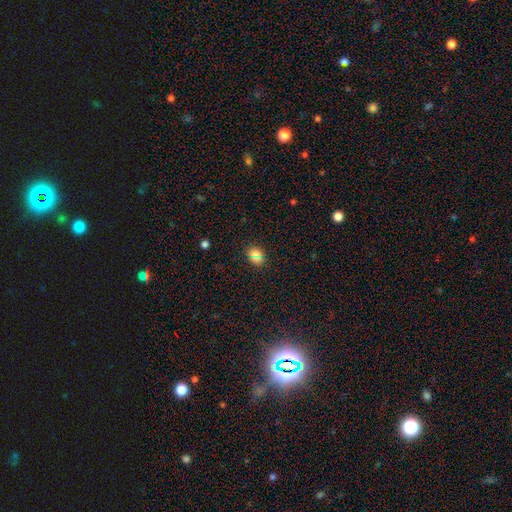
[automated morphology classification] This appears to be a smooth galaxy with no disk features (79%) that is in between round and cigar-shaped (53%). Merging: none (74%).